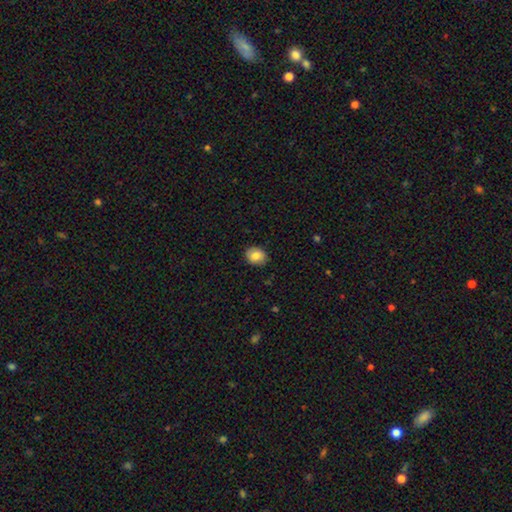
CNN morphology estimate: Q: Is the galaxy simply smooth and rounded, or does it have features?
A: smooth — 84%.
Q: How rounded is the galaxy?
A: round — 51%.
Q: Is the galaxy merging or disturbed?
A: none — 87%.